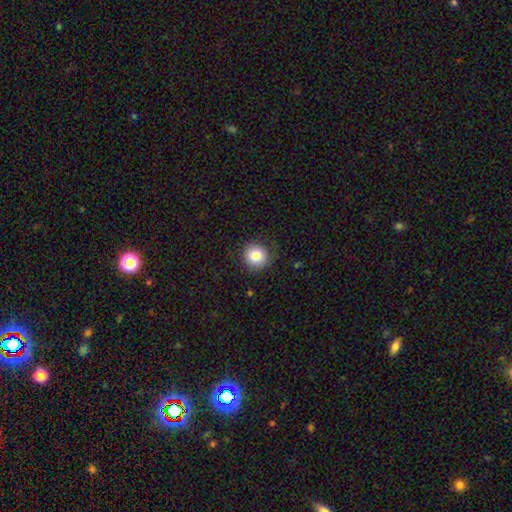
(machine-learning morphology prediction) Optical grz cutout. It shows a smooth galaxy with no disk features (82%) that is round (92%). Merging: none (86%).